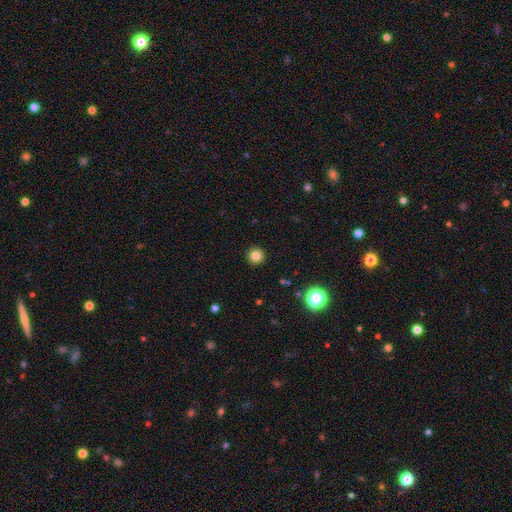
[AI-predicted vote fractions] Overall: smooth (81%). How rounded: round (96%). Merging: none (93%).